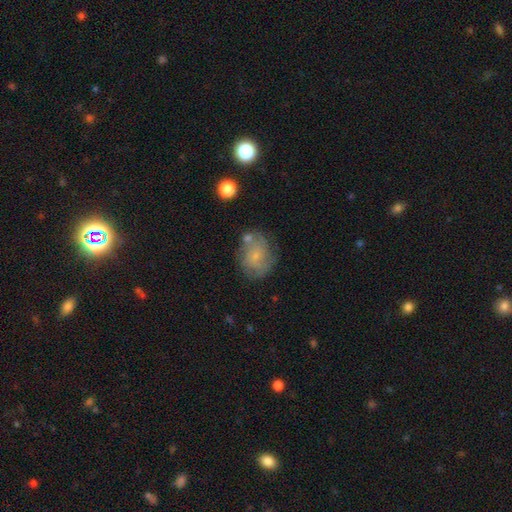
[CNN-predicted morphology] smooth 46%, featured or disk 44%, star or artifact 10%. Down the decision tree: merging — none (59%).